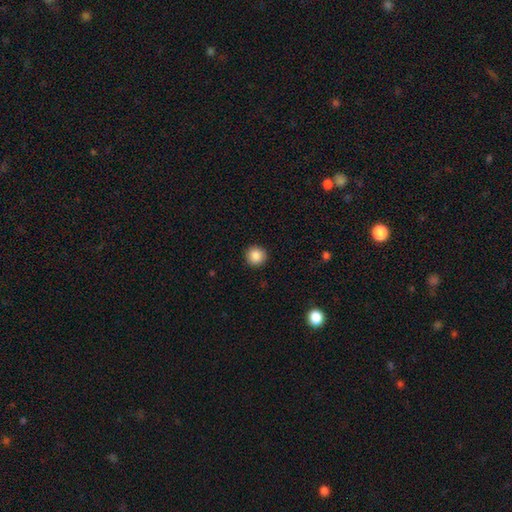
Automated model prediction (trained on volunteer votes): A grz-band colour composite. It shows a smooth galaxy with no disk features (87%) that is round (94%). Merging: none (92%).